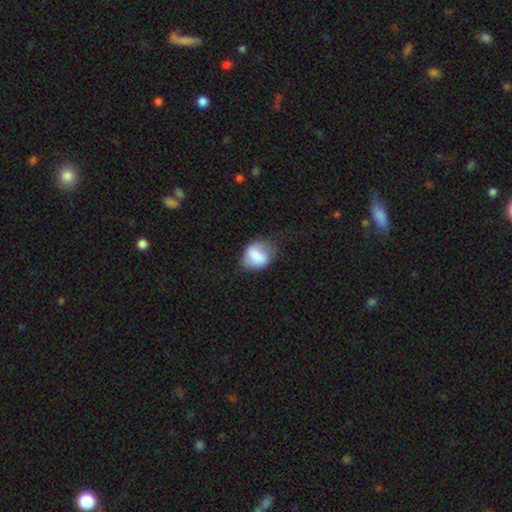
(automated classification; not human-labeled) smooth-or-featured: smooth: 73% | featured or disk: 20% | star or artifact: 8%
  how-rounded: in between: 49% (tied) | round: 49% (tied) | cigar-shaped: 1%
  merging: none: 50% | minor disturbance: 32% | major disturbance: 15% | merger: 2%